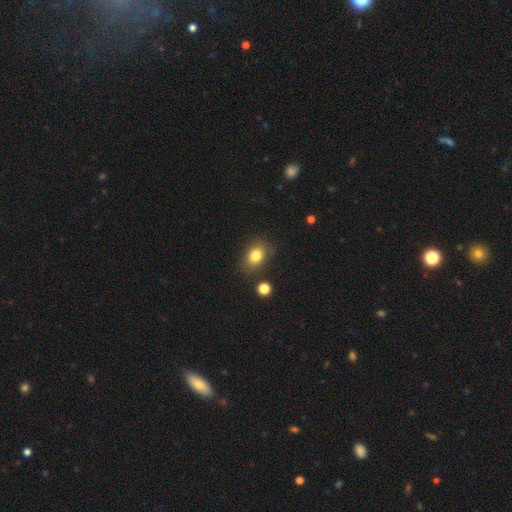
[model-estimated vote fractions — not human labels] This appears to be a smooth galaxy with no disk features (81%) that is in between round and cigar-shaped (67%). Merging: none (78%).